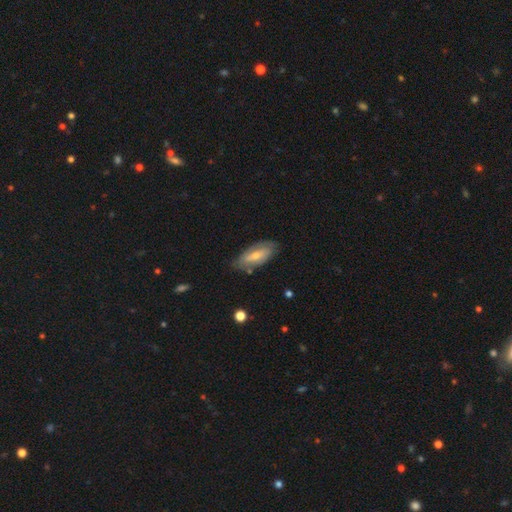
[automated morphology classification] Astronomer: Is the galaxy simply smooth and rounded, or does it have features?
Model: smooth — 52% (runner-up: featured or disk, 42%).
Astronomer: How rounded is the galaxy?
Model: in between — 83%.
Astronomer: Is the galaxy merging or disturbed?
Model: none — 75%.